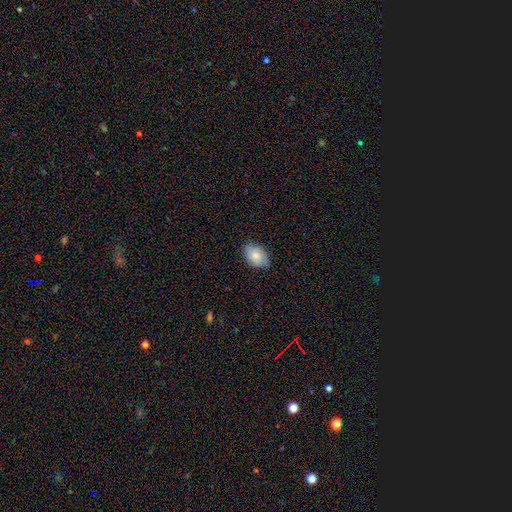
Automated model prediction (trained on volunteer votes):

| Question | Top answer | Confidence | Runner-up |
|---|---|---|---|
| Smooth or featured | smooth | 78% | featured or disk (15%) |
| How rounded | in between | 84% | round (15%) |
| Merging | none | 81% | minor disturbance (16%) |